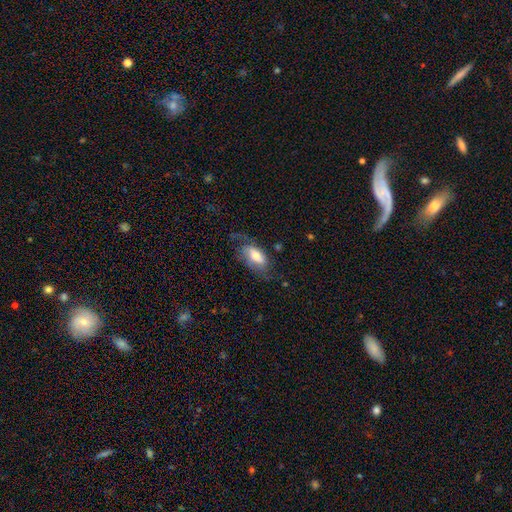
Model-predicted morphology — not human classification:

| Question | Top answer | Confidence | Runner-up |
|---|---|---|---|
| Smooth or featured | featured or disk | 52% | smooth (40%) |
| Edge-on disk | no | 91% | yes (9%) |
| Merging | none | 51% | major disturbance (24%) |